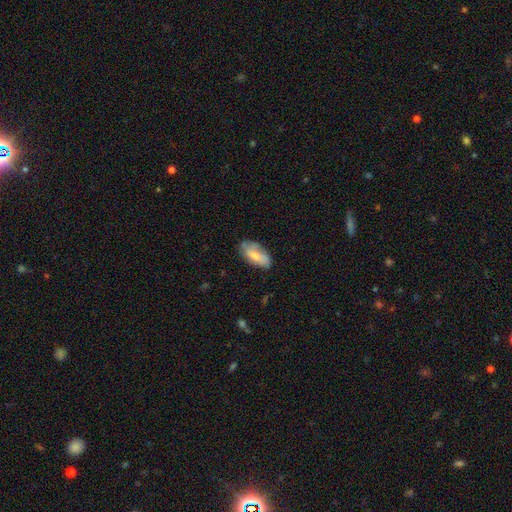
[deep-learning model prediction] smooth_or_featured: smooth (p=0.70) [alt: featured or disk p=0.23]
how_rounded: in between (p=0.90) [alt: cigar-shaped p=0.08]
merging: none (p=0.67) [alt: minor disturbance p=0.25]